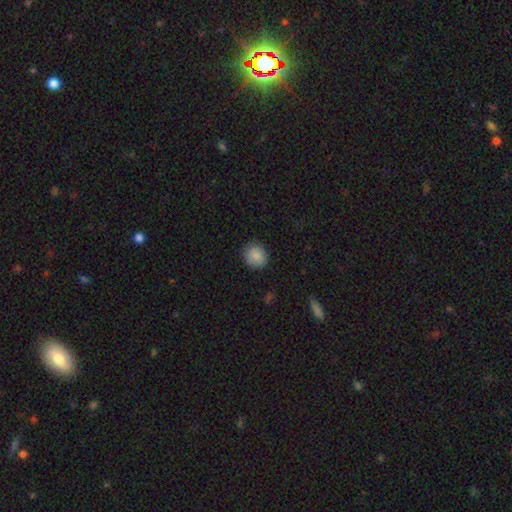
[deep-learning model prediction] Overall: smooth (88%). How rounded: round (81%). Merging: none (88%).